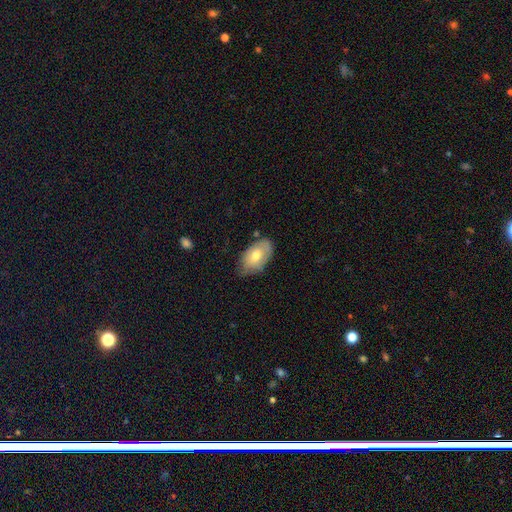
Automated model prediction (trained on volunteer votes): Smooth or featured: smooth — 65% (featured or disk — 29%)
How rounded: in between — 92% (round — 6%)
Merging: none — 59% (minor disturbance — 33%)